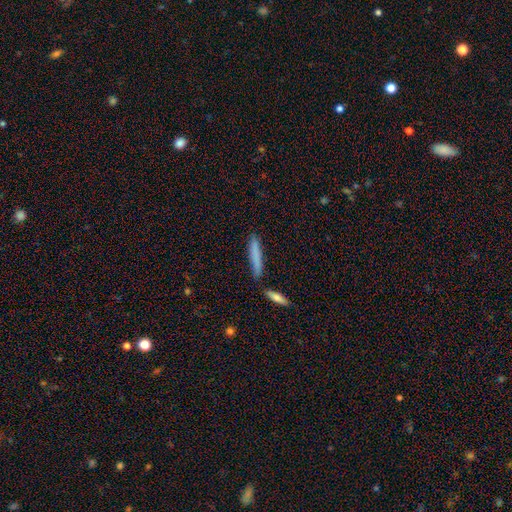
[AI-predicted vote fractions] Overall: smooth (79%). How rounded: cigar-shaped (92%). Merging: none (80%).